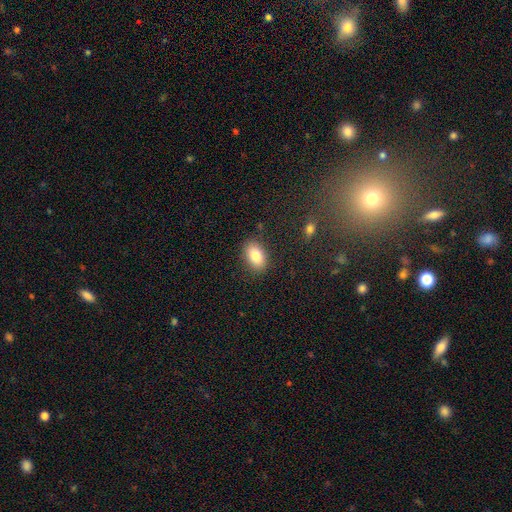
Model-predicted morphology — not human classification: The model was most divided on "smooth or featured": smooth: 83%, featured or disk: 9%, star or artifact: 8%. More confident: how rounded — in between (87%); merging — none (86%).